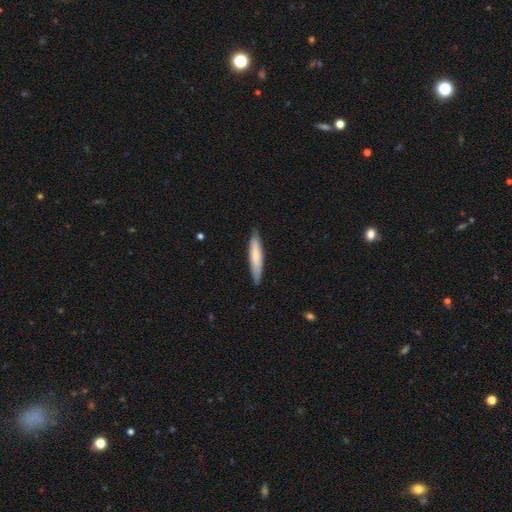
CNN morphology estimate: This is likely a smooth galaxy (72%). How rounded: clearly cigar-shaped (88%). Merging: clearly none (86%).